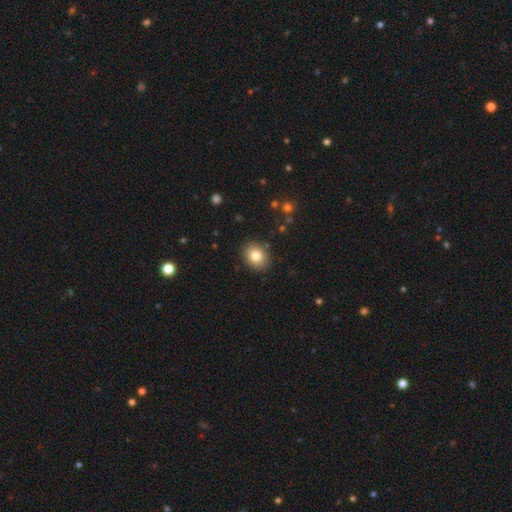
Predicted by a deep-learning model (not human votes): A smooth galaxy with no disk features (80%) that is round (54%). Merging: none (88%).